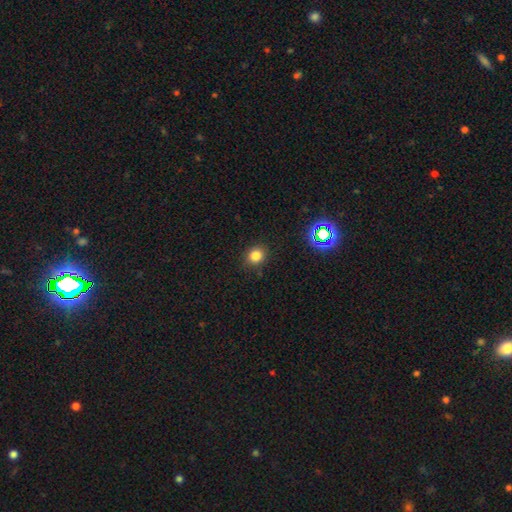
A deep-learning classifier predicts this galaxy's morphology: type=smooth (79%); roundness=round (79%); merging=none (87%).